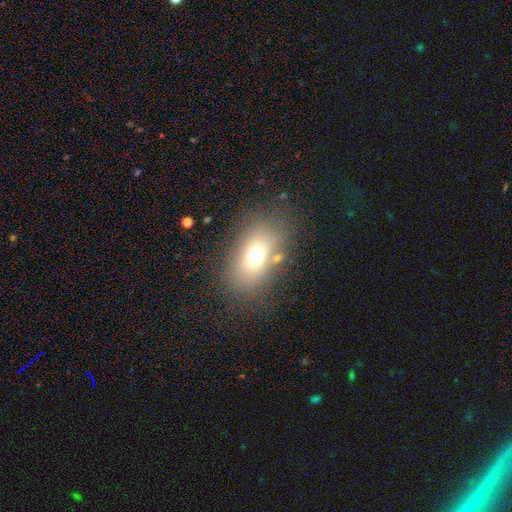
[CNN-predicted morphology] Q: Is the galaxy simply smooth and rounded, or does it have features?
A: smooth — 65%.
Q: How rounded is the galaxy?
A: in between — 75%.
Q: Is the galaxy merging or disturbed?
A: none — 76%.